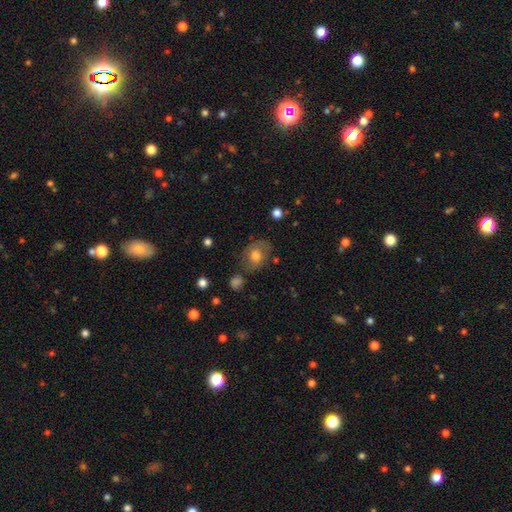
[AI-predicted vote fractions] Smooth or featured?
  - smooth: 65% *
  - featured or disk: 26%
  - star or artifact: 9%
How rounded?
  - in between: 55% *
  - round: 44%
  - cigar-shaped: 1%
Merging?
  - none: 61% *
  - minor disturbance: 24%
  - major disturbance: 10%
  - merger: 5%